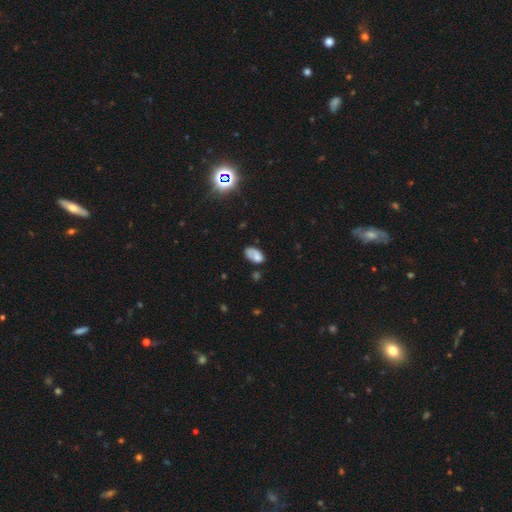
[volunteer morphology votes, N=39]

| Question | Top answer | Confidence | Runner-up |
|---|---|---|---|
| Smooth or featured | smooth | 79% | featured or disk (13%) |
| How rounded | in between | 100% | — |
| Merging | none | 56% | minor disturbance (28%) |